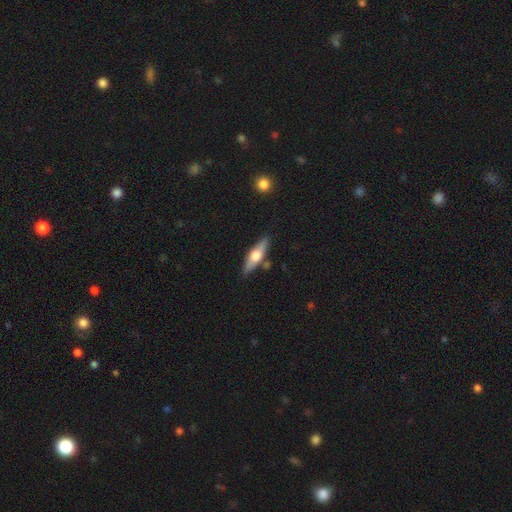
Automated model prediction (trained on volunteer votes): A featured or disk galaxy (56%) viewed edge-on (91%) with a rounded central bulge (94%).

Vote fractions:
- Smooth or featured? featured or disk: 56% / smooth: 39% / star or artifact: 5%
- Edge-on disk? yes: 91% / no: 9%
- Edge-on bulge? rounded: 94% / boxy: 4% / none: 2%
- Merging? none: 82% / minor disturbance: 11% / merger: 4% / major disturbance: 2%